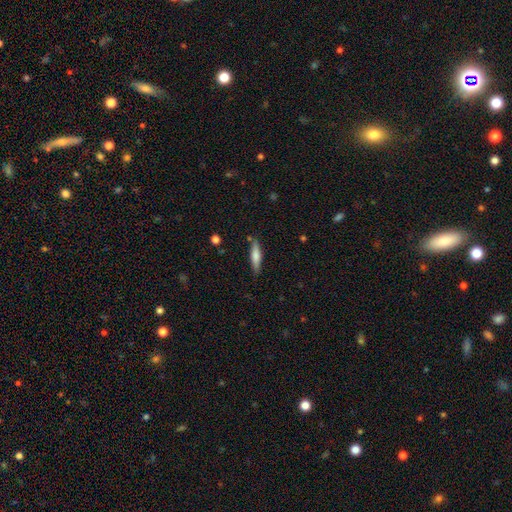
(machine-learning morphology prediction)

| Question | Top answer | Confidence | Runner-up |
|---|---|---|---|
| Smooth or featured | smooth | 63% | featured or disk (31%) |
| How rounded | cigar-shaped | 80% | in between (18%) |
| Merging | none | 83% | minor disturbance (12%) |